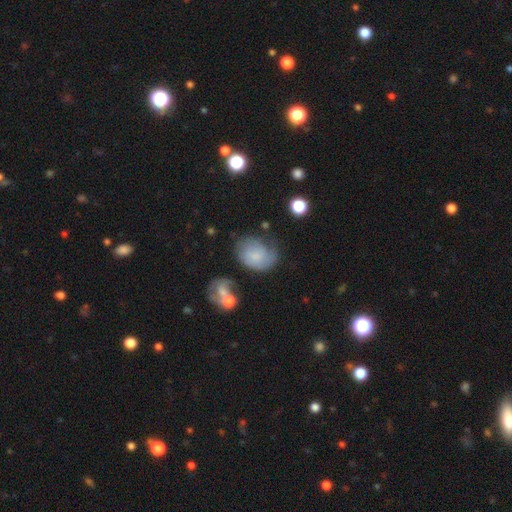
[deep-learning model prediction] Overall: smooth (54%; featured or disk 36%). How rounded: in between (60%; round 39%). Merging: none (43%; minor disturbance 31%).